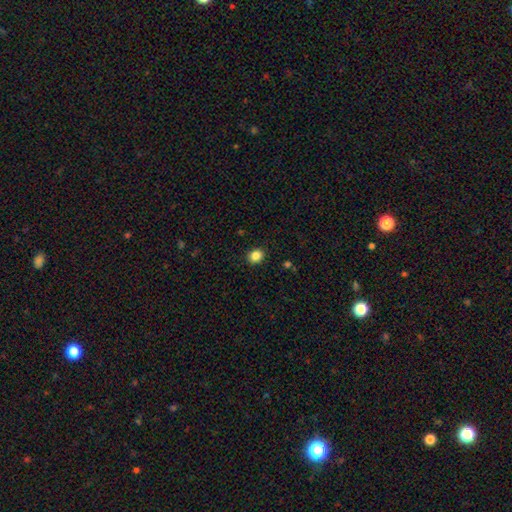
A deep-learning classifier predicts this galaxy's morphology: Smooth or featured: smooth — 86% (star or artifact — 10%)
How rounded: round — 65% (in between — 34%)
Merging: none — 91% (minor disturbance — 6%)